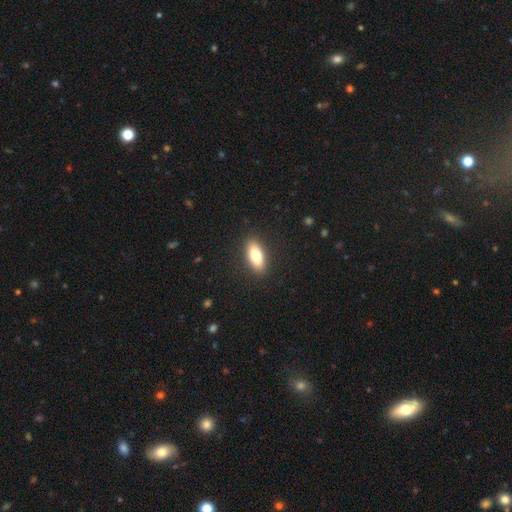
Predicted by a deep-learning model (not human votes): This is likely a smooth galaxy (75%). How rounded: likely in between (76%). Merging: clearly none (89%).